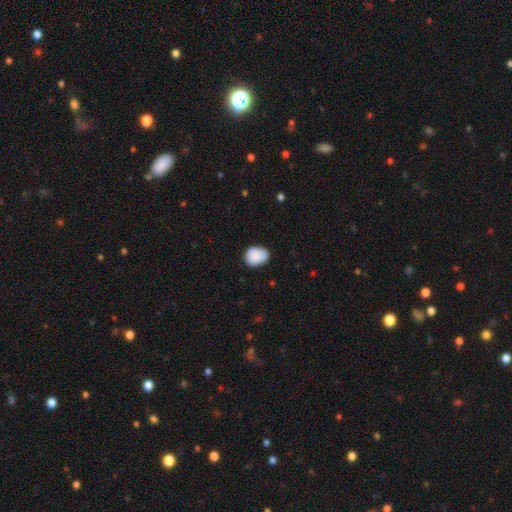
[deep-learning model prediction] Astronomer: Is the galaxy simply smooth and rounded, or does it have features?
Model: smooth — 87%.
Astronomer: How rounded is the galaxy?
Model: in between — 56% (runner-up: round, 43%).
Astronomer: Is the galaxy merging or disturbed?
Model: none — 73%.